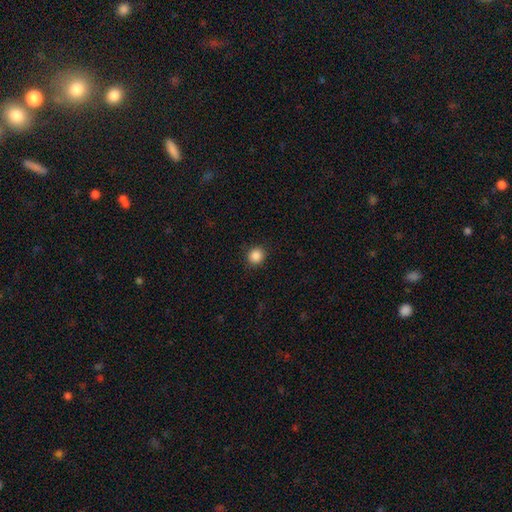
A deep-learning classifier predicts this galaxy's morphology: A smooth galaxy with no disk features (87%) that is round (89%). Merging: none (91%).